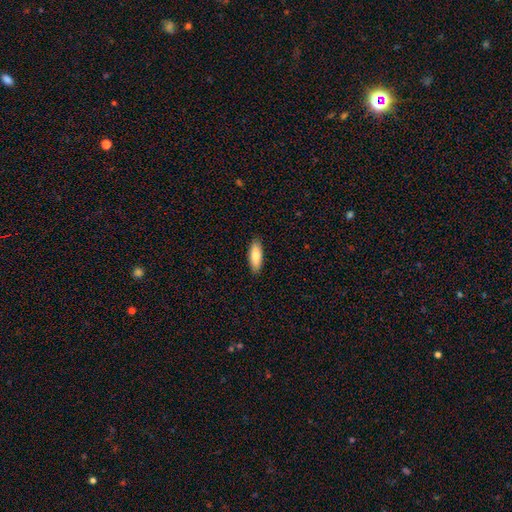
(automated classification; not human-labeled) A smooth galaxy with no disk features (81%) that is in between round and cigar-shaped (67%). Merging: none (89%).